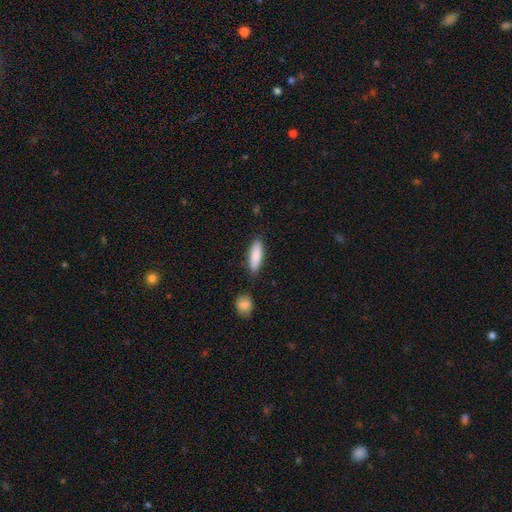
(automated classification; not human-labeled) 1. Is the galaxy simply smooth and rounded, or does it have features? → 87% smooth, 8% featured or disk, 6% star or artifact.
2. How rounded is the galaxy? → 55% in between, 43% cigar-shaped, 2% round.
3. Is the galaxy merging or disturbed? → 82% none, 11% minor disturbance, 5% merger, 3% major disturbance.